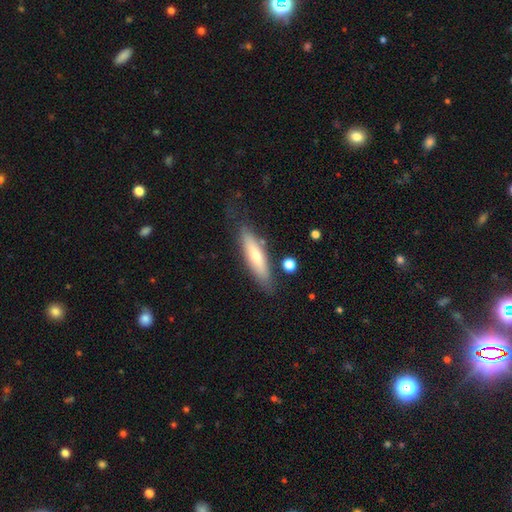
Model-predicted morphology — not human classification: Overall: smooth (65%; featured or disk 29%). How rounded: cigar-shaped (72%). Merging: none (74%).